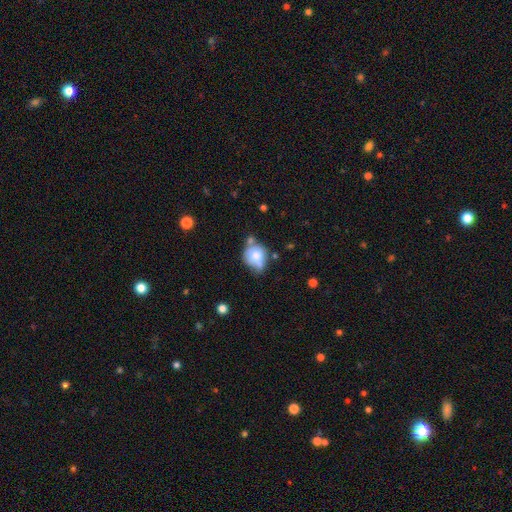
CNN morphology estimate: smooth-or-featured: smooth: 68% | featured or disk: 23% | star or artifact: 9%
  how-rounded: round: 66% | in between: 33% | cigar-shaped: 1%
  merging: none: 41% | minor disturbance: 29% | merger: 20% | major disturbance: 10%